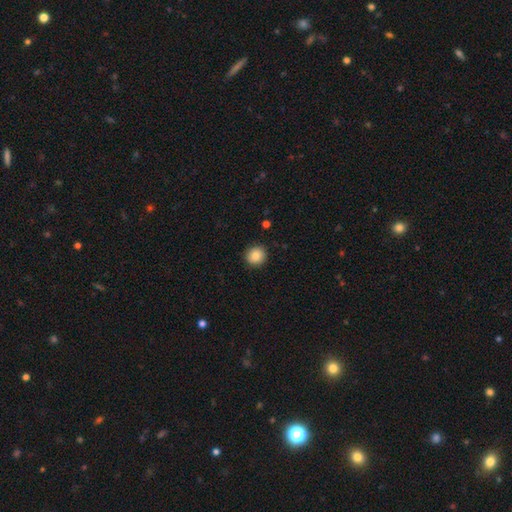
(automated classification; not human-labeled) smooth 86%, star or artifact 9%, featured or disk 5%. Down the decision tree: how rounded — round (92%); merging — none (91%).